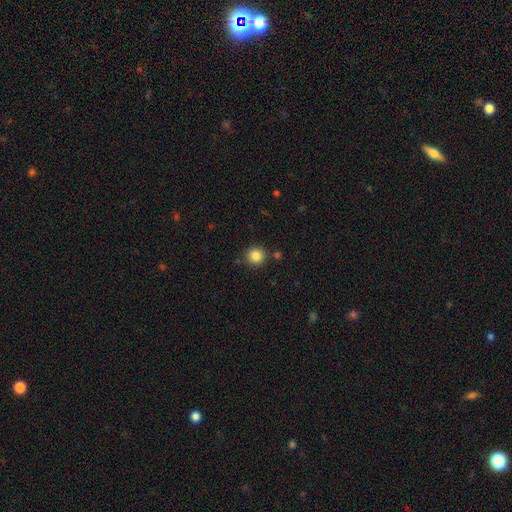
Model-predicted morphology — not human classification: smooth-or-featured: smooth: 86% | star or artifact: 10% | featured or disk: 4%
  how-rounded: round: 93% | in between: 7% | cigar-shaped: 1%
  merging: none: 84% | minor disturbance: 9% | merger: 4% | major disturbance: 3%